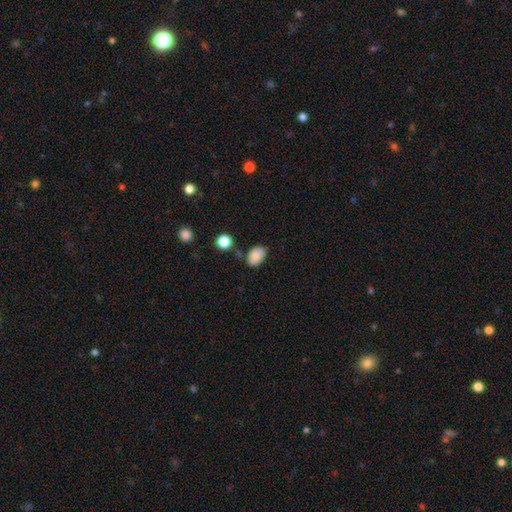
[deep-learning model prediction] Smooth or featured?
  - smooth: 86% *
  - star or artifact: 9%
  - featured or disk: 5%
How rounded?
  - in between: 84% *
  - round: 15%
  - cigar-shaped: 1%
Merging?
  - none: 68% *
  - minor disturbance: 22%
  - merger: 6%
  - major disturbance: 5%